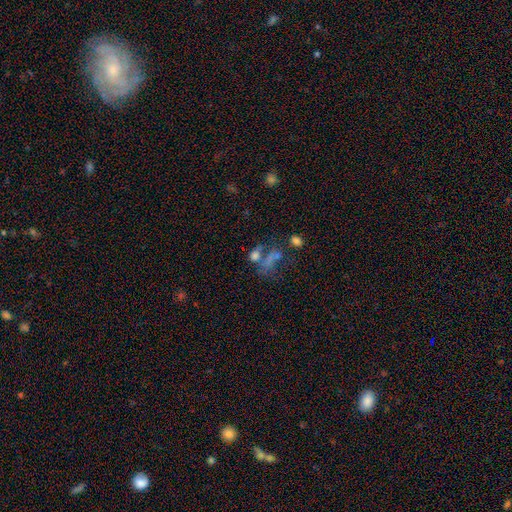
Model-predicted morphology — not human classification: Smooth or featured: smooth — 60% (star or artifact — 20%)
How rounded: in between — 59% (round — 37%)
Merging: merger — 39% (none — 30%)